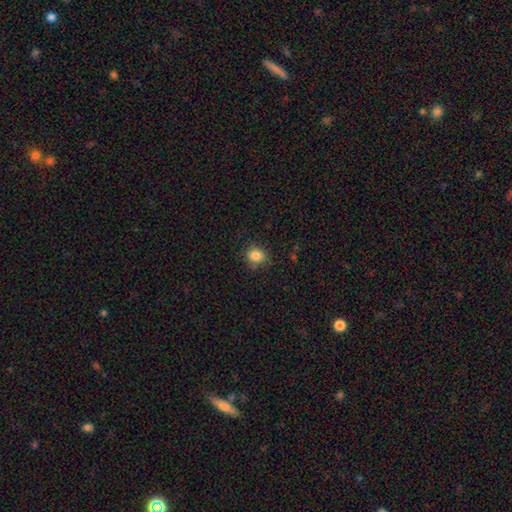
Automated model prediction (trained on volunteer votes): The model was most divided on "how rounded": round: 72%, in between: 27%, cigar-shaped: 1%. More confident: smooth or featured — smooth (84%); merging — none (81%).